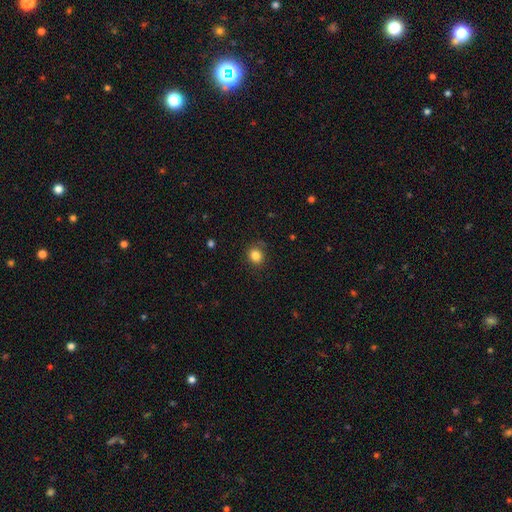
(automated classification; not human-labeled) Smooth or featured? Predicted: smooth (p=0.83). How rounded? Predicted: round (p=0.80). Merging? Predicted: none (p=0.83).